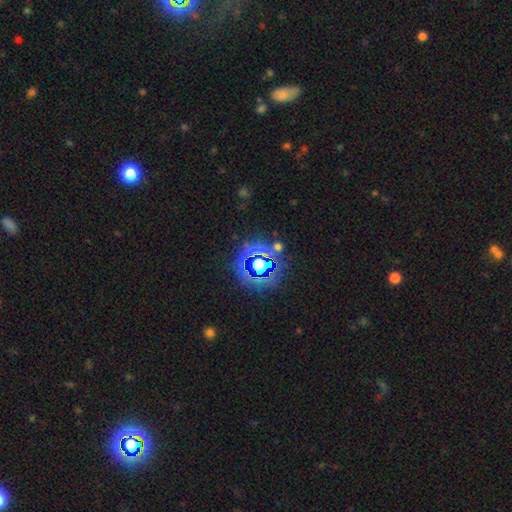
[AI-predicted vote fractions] The model was most divided on "smooth or featured": star or artifact: 65%, smooth: 23%, featured or disk: 12%.